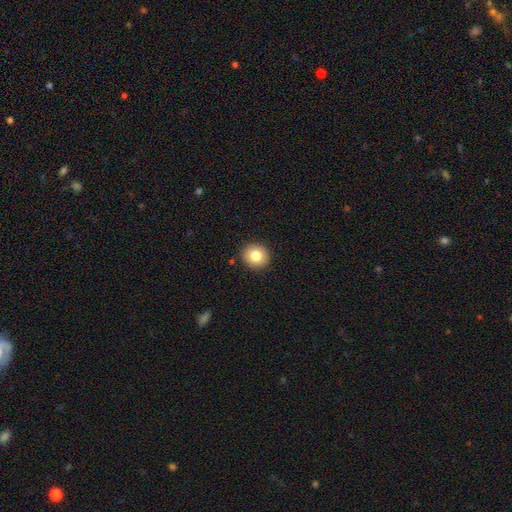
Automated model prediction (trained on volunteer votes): This is clearly a smooth galaxy (82%). How rounded: clearly round (87%). Merging: clearly none (91%).